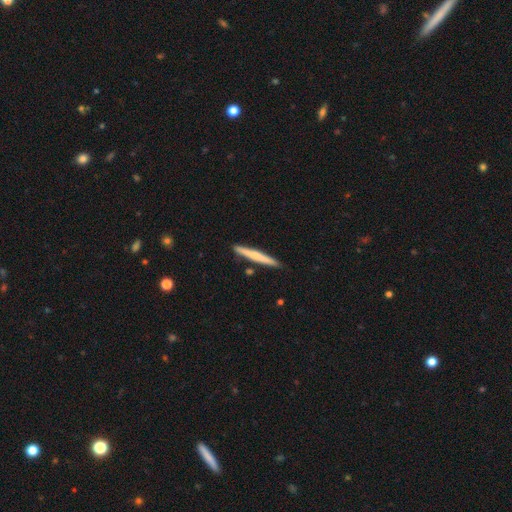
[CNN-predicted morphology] A smooth galaxy with no disk features (57%) that is cigar-shaped (96%). Merging: none (87%).